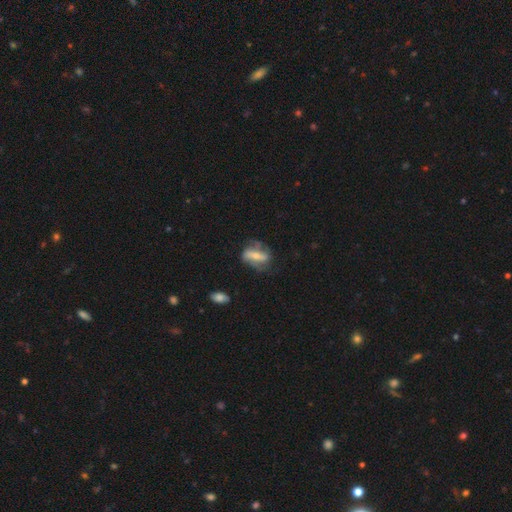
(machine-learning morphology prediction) A featured or disk galaxy (66%) with a strong bar (56%), spiral arms (78%) and a small central bulge (48%). Merging: none (58%).